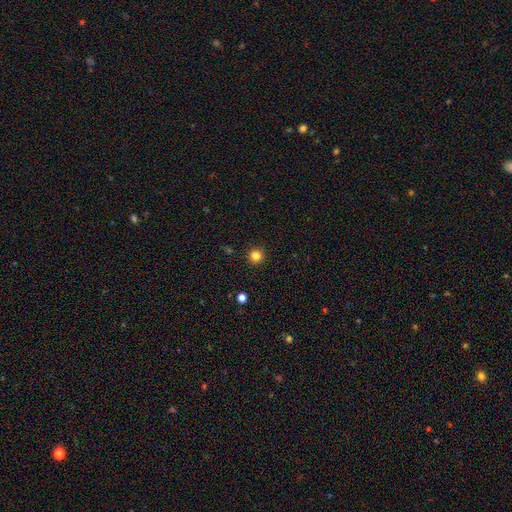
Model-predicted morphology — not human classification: Smooth or featured? Predicted: smooth (p=0.82). How rounded? Predicted: round (p=0.95). Merging? Predicted: none (p=0.92).